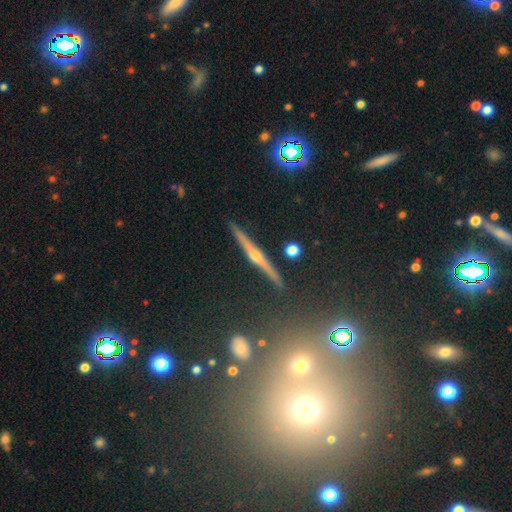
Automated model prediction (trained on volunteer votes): smooth_or_featured: featured or disk (p=0.82) [alt: smooth p=0.09]
disk_edge_on: yes (p=0.98) [alt: no p=0.02]
edge_on_bulge: rounded (p=0.89) [alt: none p=0.06]
merging: none (p=0.90) [alt: minor disturbance p=0.07]